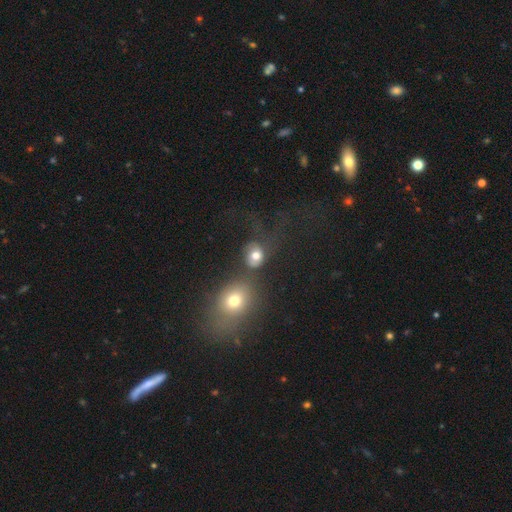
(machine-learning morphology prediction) This is likely a smooth galaxy (71%). How rounded: likely round (66%). Merging: marginally none (40%).